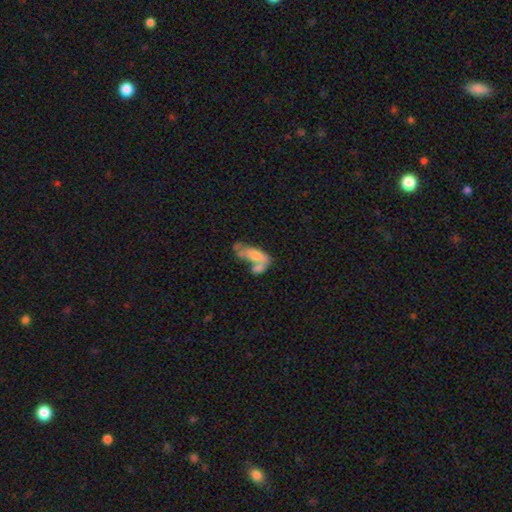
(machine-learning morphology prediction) This is possibly a smooth galaxy (55%). How rounded: likely in between (76%). Merging: possibly merger (51%).